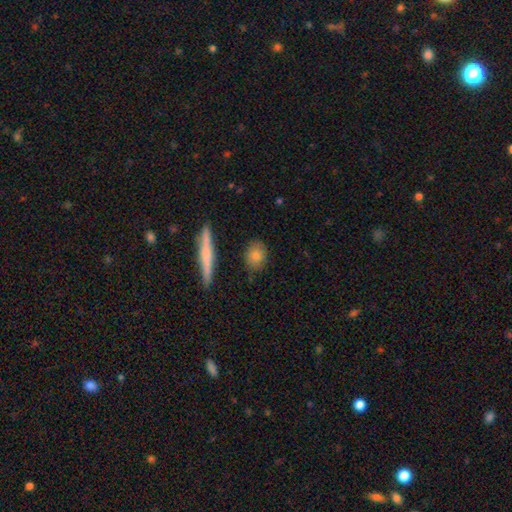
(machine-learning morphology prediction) Smooth or featured: smooth — 81% (featured or disk — 11%)
How rounded: round — 57% (in between — 37%)
Merging: none — 83% (minor disturbance — 12%)